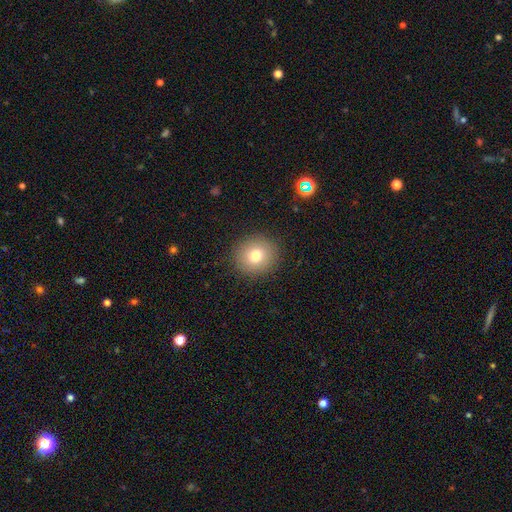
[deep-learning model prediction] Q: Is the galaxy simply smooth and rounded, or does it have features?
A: smooth — 77%.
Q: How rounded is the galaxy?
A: round — 90%.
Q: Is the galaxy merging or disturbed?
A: none — 90%.